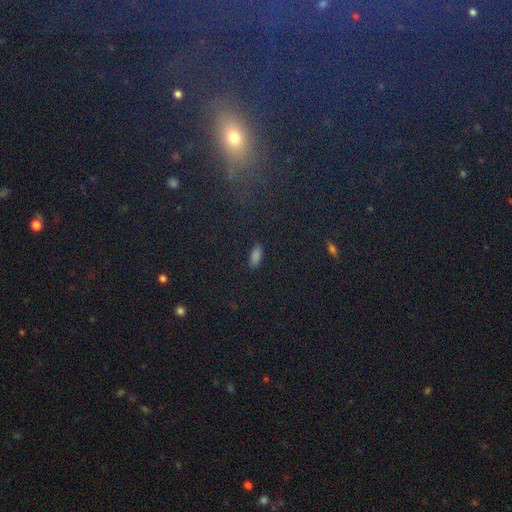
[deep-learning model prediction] Morphology: type=smooth (47%); merging=none (80%).